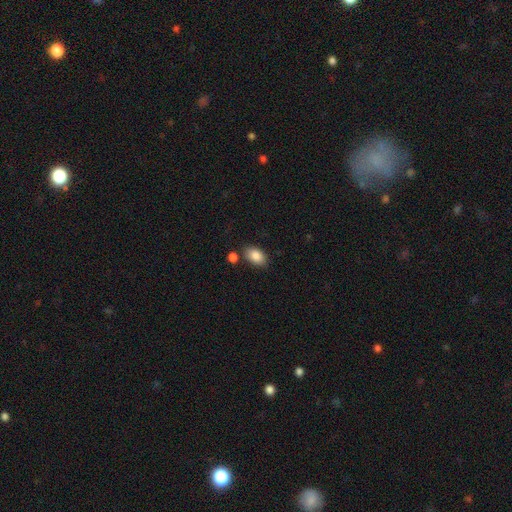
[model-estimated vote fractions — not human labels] Smooth or featured? Predicted: smooth (p=0.87). How rounded? Predicted: in between (p=0.91). Merging? Predicted: none (p=0.78).